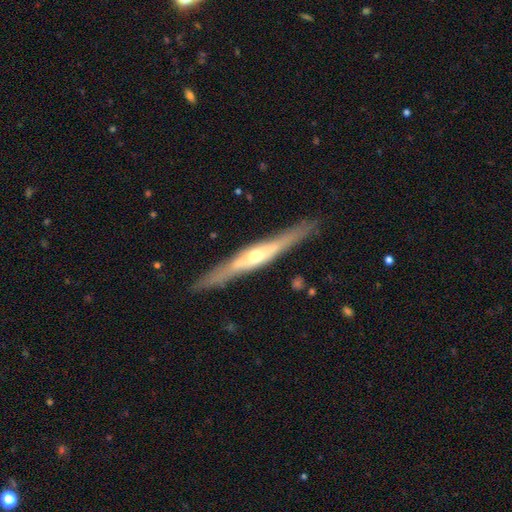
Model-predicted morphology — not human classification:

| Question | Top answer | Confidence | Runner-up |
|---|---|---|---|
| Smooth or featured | featured or disk | 73% | smooth (22%) |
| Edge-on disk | yes | 93% | no (7%) |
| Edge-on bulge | rounded | 85% | none (9%) |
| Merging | none | 87% | minor disturbance (10%) |